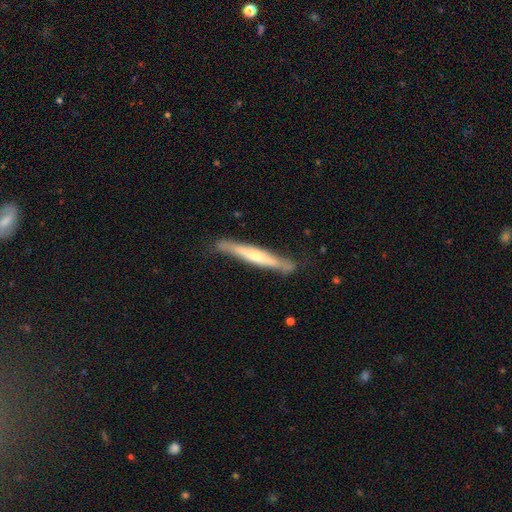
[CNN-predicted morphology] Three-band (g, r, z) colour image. It shows a featured or disk galaxy (58%) viewed edge-on (92%) with a rounded central bulge (60%). Merging: none (79%).